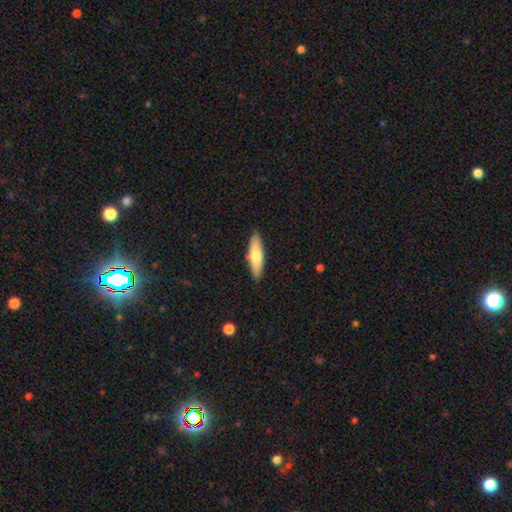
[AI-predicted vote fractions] Q: Smooth or featured?
A: smooth (68%); runner-up: featured or disk (26%)
Q: How rounded?
A: cigar-shaped (60%); runner-up: in between (38%)
Q: Merging?
A: none (87%); runner-up: minor disturbance (9%)